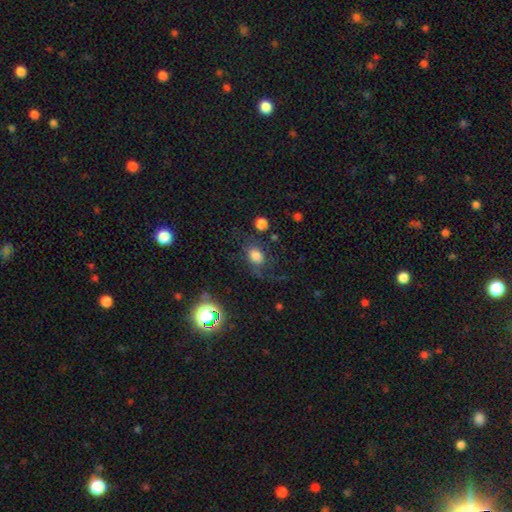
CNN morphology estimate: Smooth or featured?
  - smooth: 64% *
  - featured or disk: 22%
  - star or artifact: 14%
How rounded?
  - in between: 58% *
  - round: 40%
  - cigar-shaped: 2%
Merging?
  - none: 52% *
  - major disturbance: 24%
  - minor disturbance: 20%
  - merger: 4%